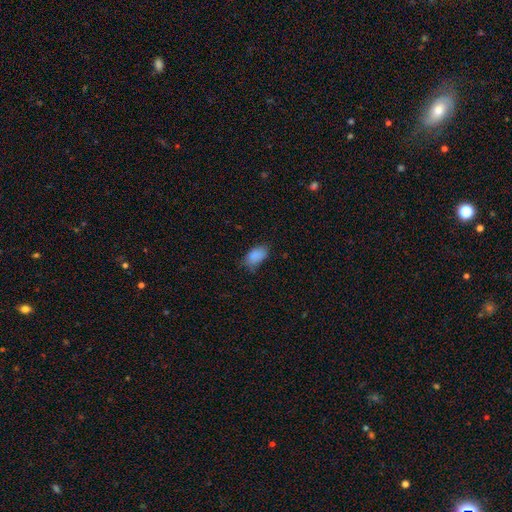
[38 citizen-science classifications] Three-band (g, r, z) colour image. It shows a smooth galaxy with no disk features (87%) that is in between round and cigar-shaped (94%). Merging: none (55%).